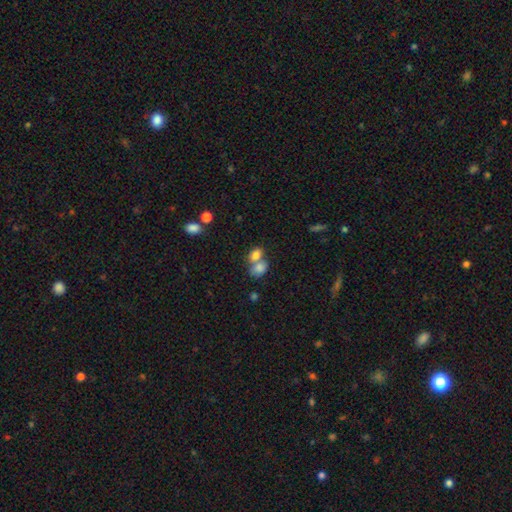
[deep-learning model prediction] Smooth or featured: smooth — 79% (featured or disk — 11%)
How rounded: in between — 72% (round — 27%)
Merging: merger — 59% (none — 29%)